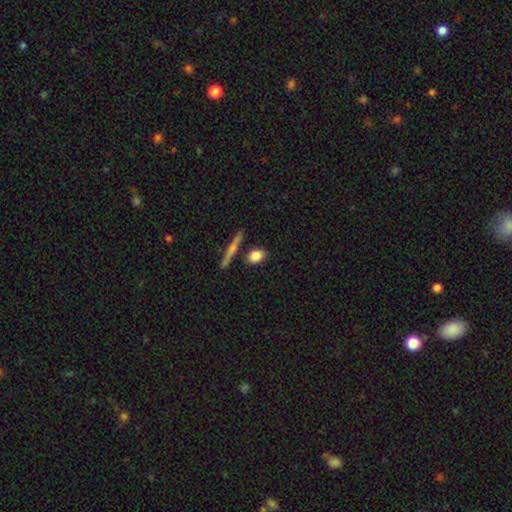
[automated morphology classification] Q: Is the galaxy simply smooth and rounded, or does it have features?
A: smooth — 82%.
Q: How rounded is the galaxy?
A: in between — 65%.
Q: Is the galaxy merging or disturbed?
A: none — 75%.